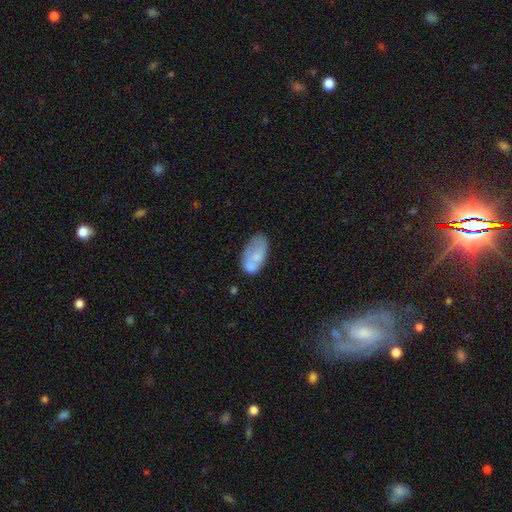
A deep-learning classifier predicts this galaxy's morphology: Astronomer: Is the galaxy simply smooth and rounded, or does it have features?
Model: smooth — 63%.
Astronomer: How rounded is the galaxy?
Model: in between — 93%.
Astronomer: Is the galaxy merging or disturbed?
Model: none — 43% (runner-up: minor disturbance, 28%).